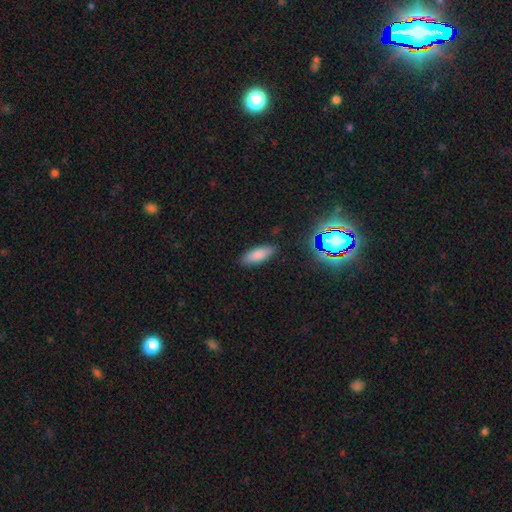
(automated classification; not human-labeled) Smooth or featured: smooth — 81% (star or artifact — 12%)
How rounded: in between — 73% (cigar-shaped — 24%)
Merging: none — 87% (minor disturbance — 9%)